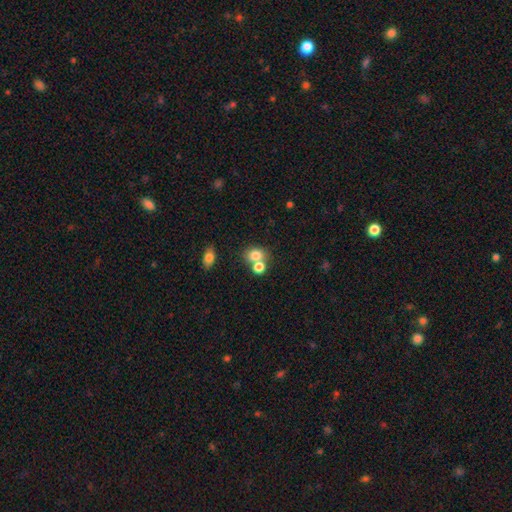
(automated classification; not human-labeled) smooth 78%, star or artifact 12%, featured or disk 10%. Down the decision tree: how rounded — round (50%); merging — merger (44%).